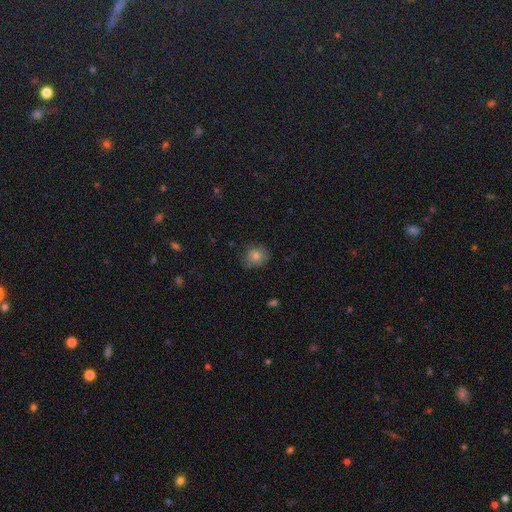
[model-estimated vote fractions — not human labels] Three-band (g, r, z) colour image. It shows a smooth galaxy with no disk features (80%) that is round (84%). Merging: none (73%).